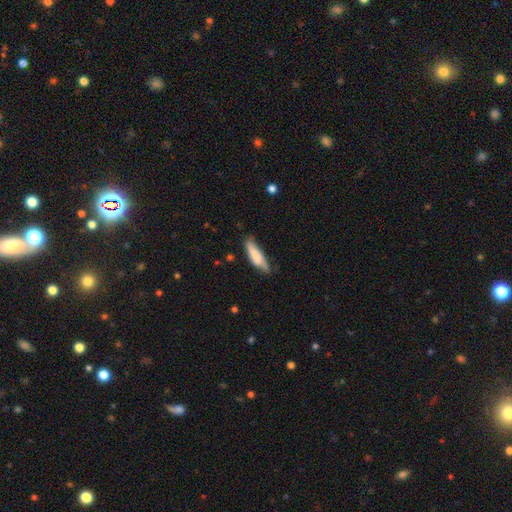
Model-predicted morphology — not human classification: This is likely a smooth galaxy (76%). How rounded: likely cigar-shaped (63%). Merging: likely none (62%).